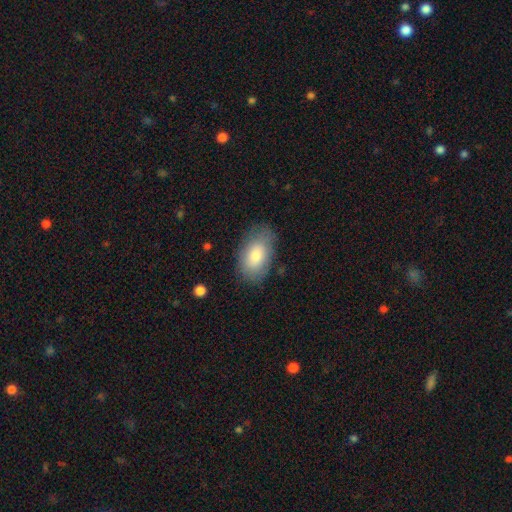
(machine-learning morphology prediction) This appears to be a smooth galaxy with no disk features (80%) that is in between round and cigar-shaped (92%). Merging: none (79%).